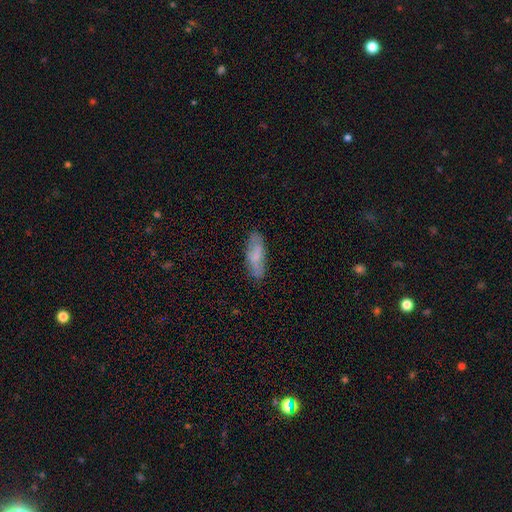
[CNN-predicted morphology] type=smooth (66%); roundness=in between (65%); merging=none (75%).